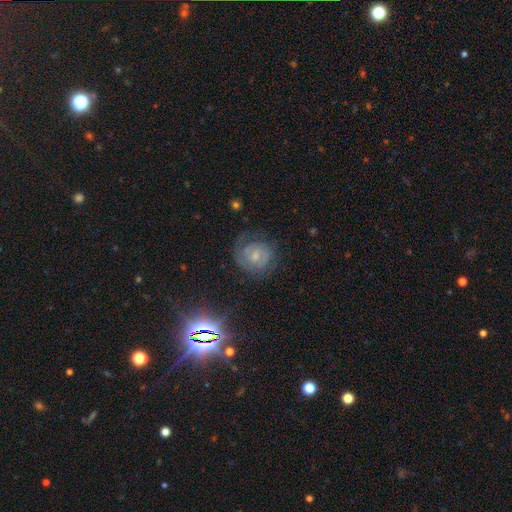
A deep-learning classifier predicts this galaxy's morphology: This appears to be a featured or disk galaxy (62%) with no bar (68%), 2 (41%) tight (61%) spiral arms (85%) and a small central bulge (51%). Merging: none (65%).